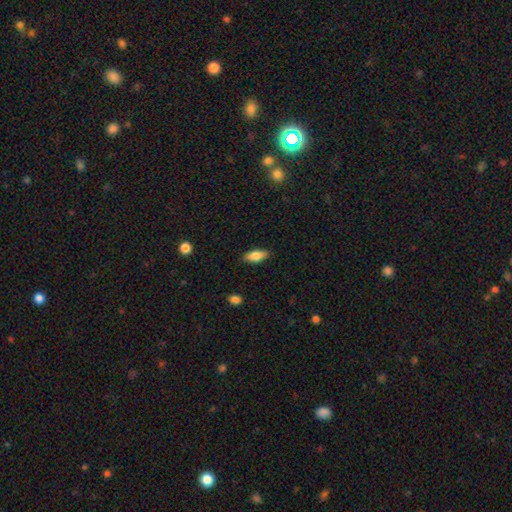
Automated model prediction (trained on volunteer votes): This is clearly a smooth galaxy (82%). How rounded: clearly in between (80%). Merging: clearly none (86%).